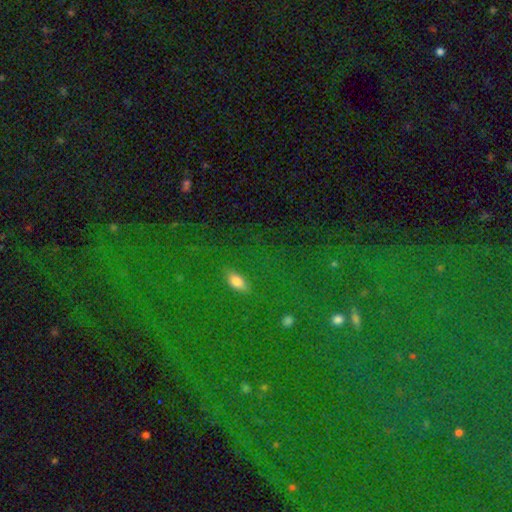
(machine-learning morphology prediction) A star or artifact, not a galaxy (42%).